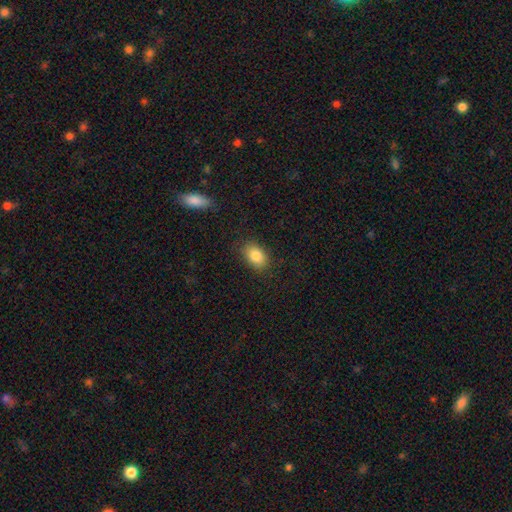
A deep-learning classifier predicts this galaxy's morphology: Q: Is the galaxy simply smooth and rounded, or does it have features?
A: smooth — 85%.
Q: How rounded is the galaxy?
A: in between — 85%.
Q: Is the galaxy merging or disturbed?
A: none — 85%.